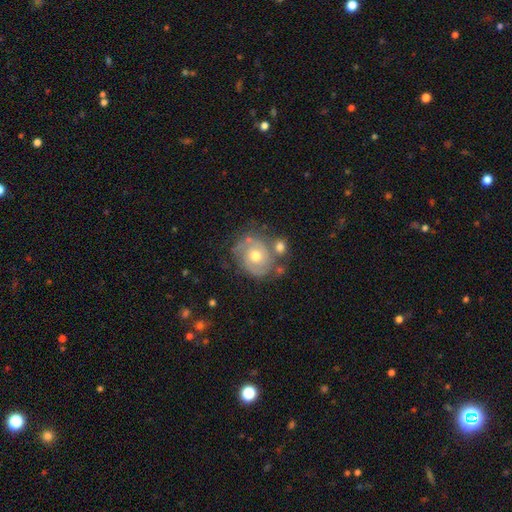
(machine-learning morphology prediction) Smooth or featured? featured or disk (69%)
Edge-on disk? no (97%)
Bar? no (81%)
Spiral arms? yes (80%)
Spiral winding? tight (56%)
Spiral arm count? 2 (61%)
Bulge size? moderate (74%)
Merging? none (62%)